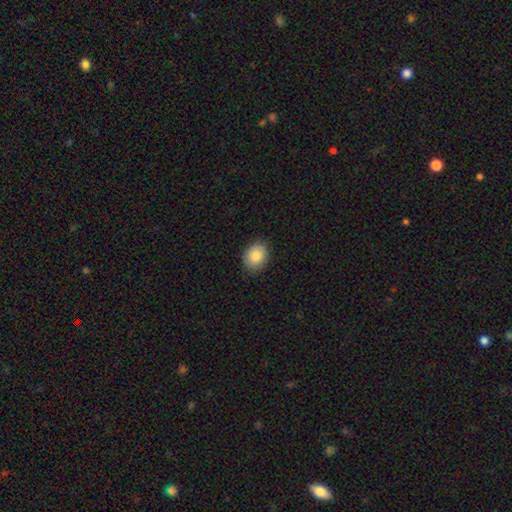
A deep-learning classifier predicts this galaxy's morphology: type=smooth (85%); roundness=in between (53%); merging=none (86%).